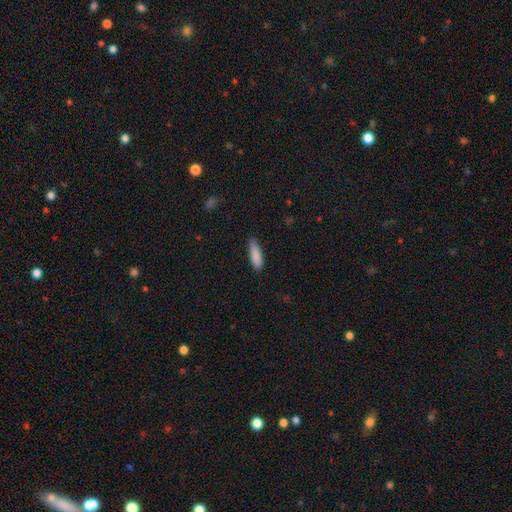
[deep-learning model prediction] Smooth or featured?
  - smooth: 87% *
  - featured or disk: 7%
  - star or artifact: 6%
How rounded?
  - cigar-shaped: 57% *
  - in between: 41%
  - round: 1%
Merging?
  - none: 84% *
  - minor disturbance: 12%
  - major disturbance: 2%
  - merger: 1%